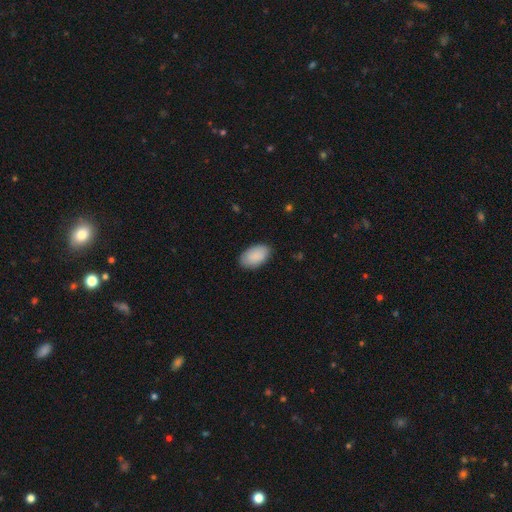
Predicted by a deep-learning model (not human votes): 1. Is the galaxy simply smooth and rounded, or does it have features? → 90% smooth, 6% star or artifact, 4% featured or disk.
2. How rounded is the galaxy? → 94% in between, 4% round, 1% cigar-shaped.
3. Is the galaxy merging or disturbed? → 84% none, 12% minor disturbance, 2% major disturbance, 1% merger.